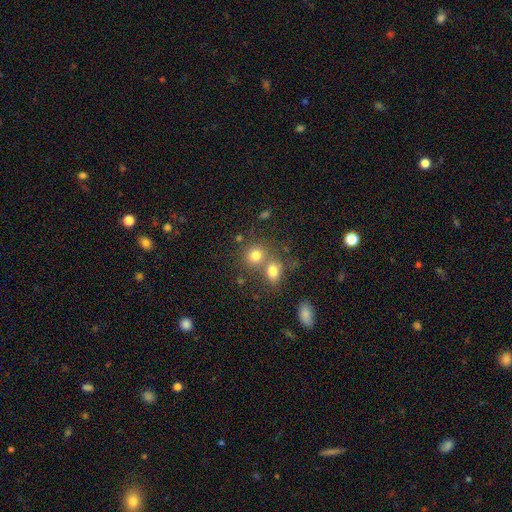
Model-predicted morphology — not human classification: Smooth or featured? Predicted: smooth (p=0.77). How rounded? Predicted: round (p=0.74). Merging? Predicted: none (p=0.45).